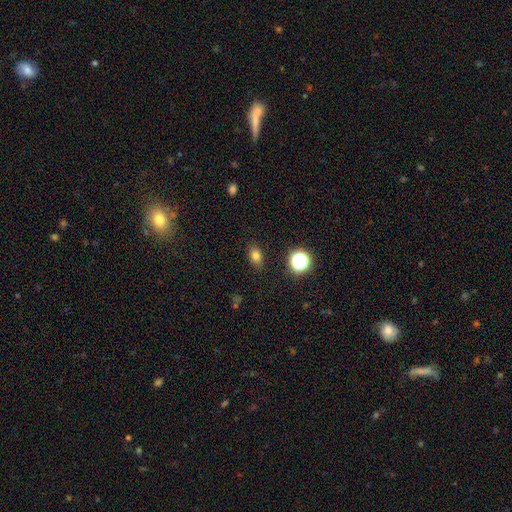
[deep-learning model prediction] Overall: smooth (77%). How rounded: in between (75%). Merging: none (86%).